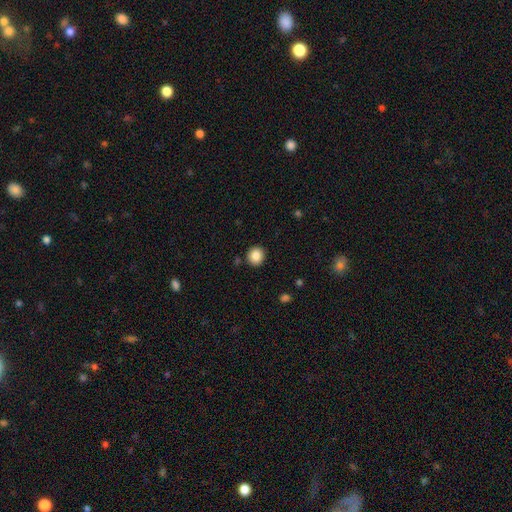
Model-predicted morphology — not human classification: smooth_or_featured: smooth (p=0.86) [alt: star or artifact p=0.09]
how_rounded: round (p=0.86) [alt: in between p=0.13]
merging: none (p=0.90) [alt: minor disturbance p=0.06]